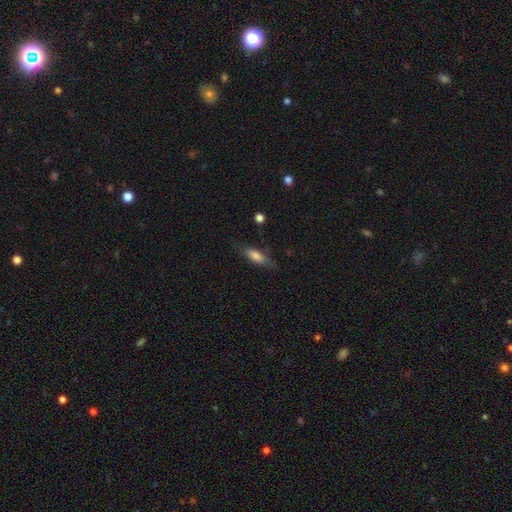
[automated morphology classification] type=smooth (71%); roundness=in between (53%); merging=none (73%).